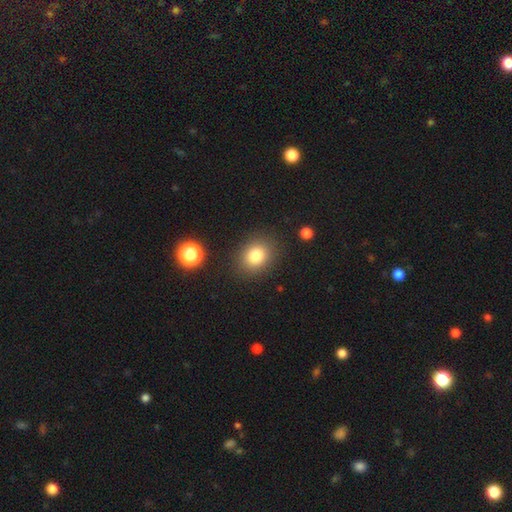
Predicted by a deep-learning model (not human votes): Overall: smooth (80%). How rounded: round (60%; in between 39%). Merging: none (86%).